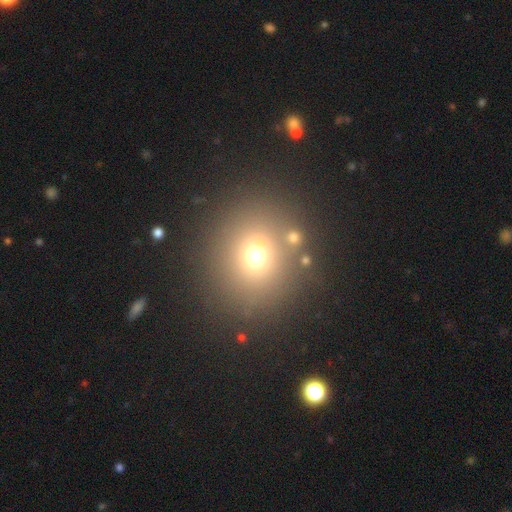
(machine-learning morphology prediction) smooth 62%, star or artifact 24%, featured or disk 14%. Down the decision tree: how rounded — round (86%); merging — none (71%).